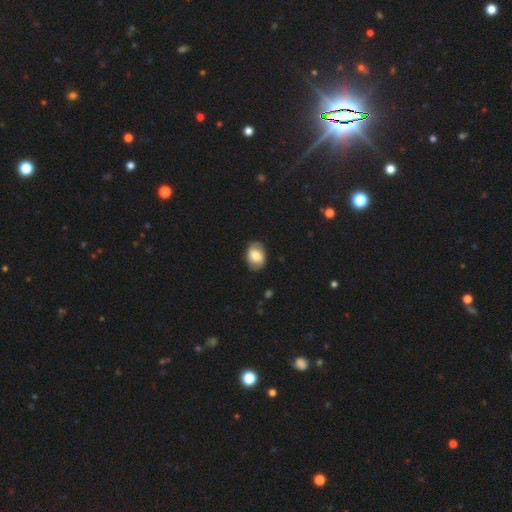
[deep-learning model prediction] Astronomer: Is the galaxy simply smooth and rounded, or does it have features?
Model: smooth — 69%.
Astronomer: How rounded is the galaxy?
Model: in between — 83%.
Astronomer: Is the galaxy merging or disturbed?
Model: none — 81%.